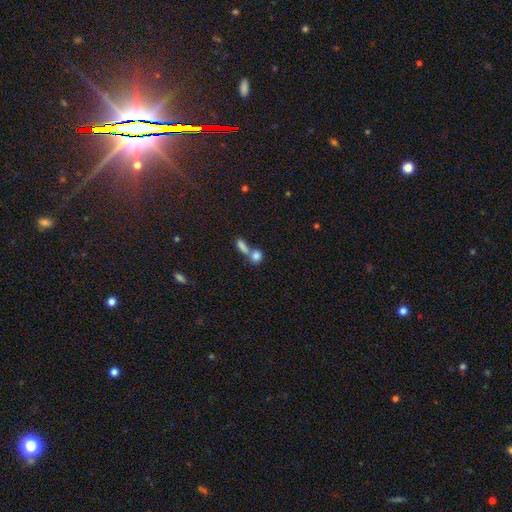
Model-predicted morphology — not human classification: Smooth or featured: smooth — 82% (featured or disk — 9%)
How rounded: round — 53% (in between — 41%)
Merging: merger — 58% (none — 30%)